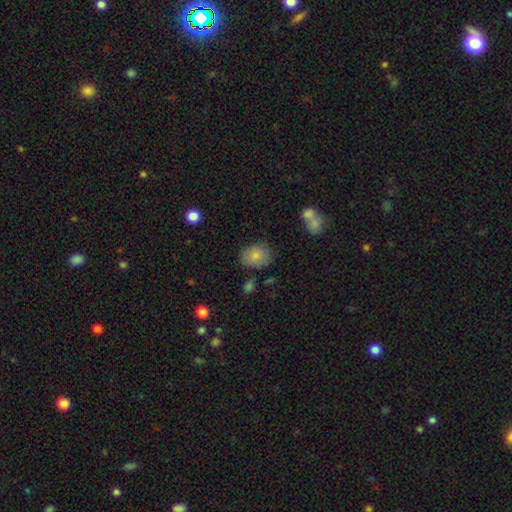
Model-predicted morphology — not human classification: type=smooth (81%); roundness=in between (58%); merging=none (77%).